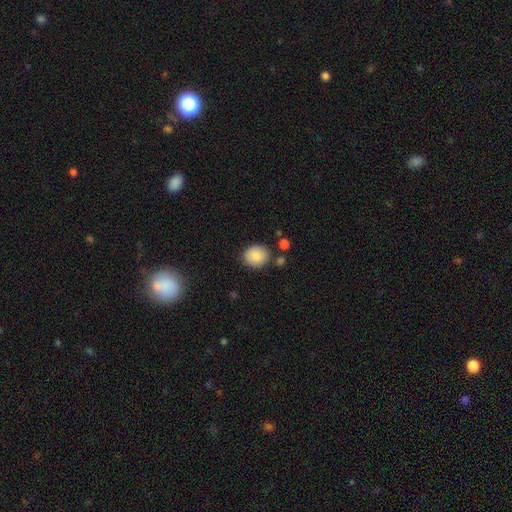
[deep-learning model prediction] The model was most divided on "how rounded": round: 77%, in between: 22%, cigar-shaped: 1%. More confident: smooth or featured — smooth (86%); merging — none (80%).